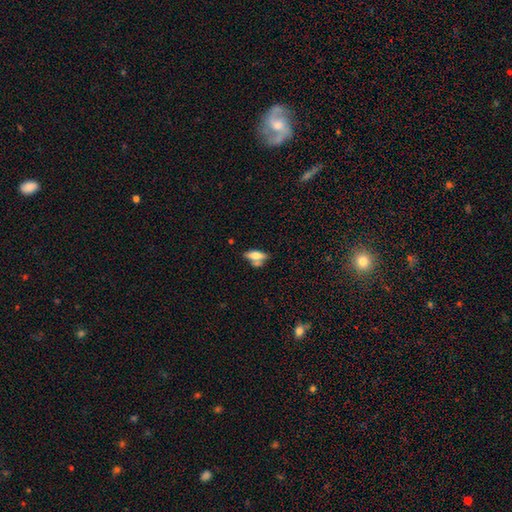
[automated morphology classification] A smooth galaxy with no disk features (62%) that is in between round and cigar-shaped (66%). Merging: none (50%).